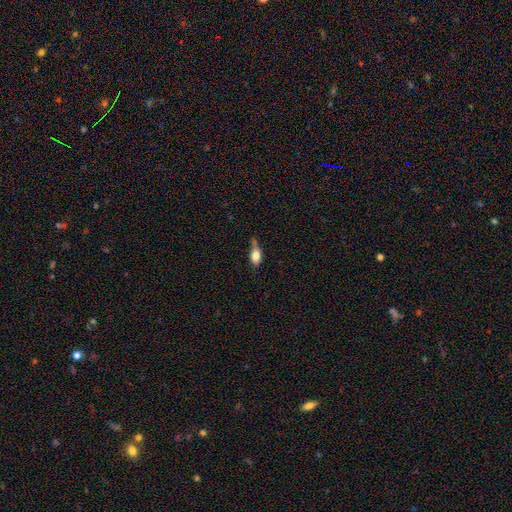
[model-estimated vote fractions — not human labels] smooth-or-featured: smooth: 76% | featured or disk: 15% | star or artifact: 8%
  how-rounded: in between: 83% | round: 9% | cigar-shaped: 8%
  merging: minor disturbance: 37% | none: 33% | major disturbance: 19% | merger: 11%